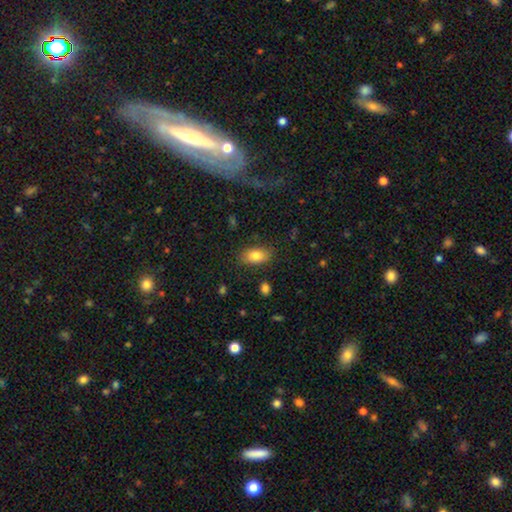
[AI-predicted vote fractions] Smooth or featured? smooth (81%)
How rounded? in between (90%)
Merging? none (84%)